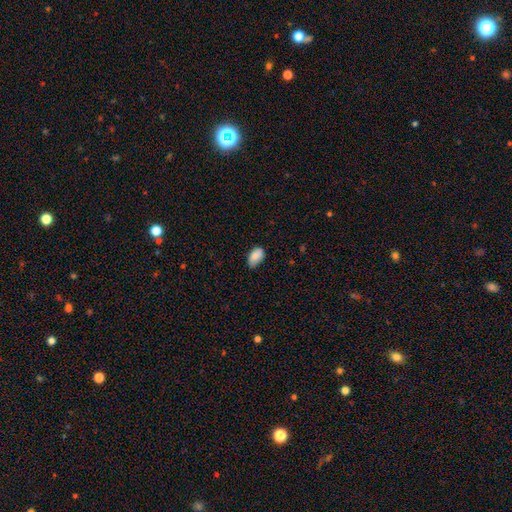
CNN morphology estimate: Smooth or featured? smooth (85%)
How rounded? in between (92%)
Merging? none (68%)